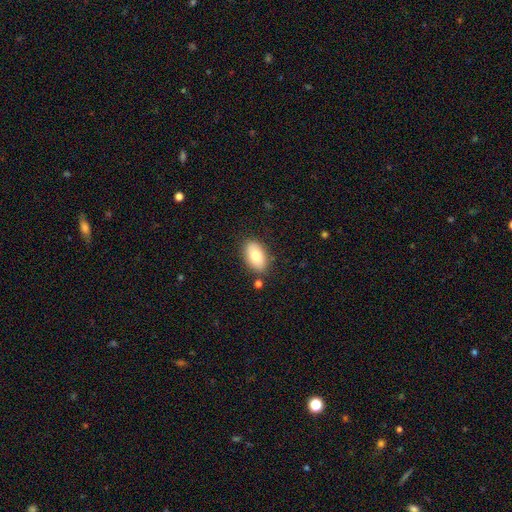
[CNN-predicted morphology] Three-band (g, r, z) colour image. It shows a smooth galaxy with no disk features (79%) that is in between round and cigar-shaped (93%). Merging: none (82%).